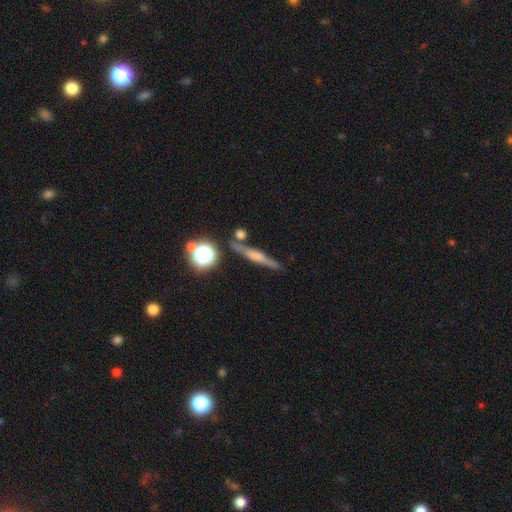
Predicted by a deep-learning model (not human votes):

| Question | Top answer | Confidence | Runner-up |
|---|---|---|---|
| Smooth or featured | featured or disk | 53% | smooth (31%) |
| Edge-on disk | yes | 93% | no (7%) |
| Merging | none | 81% | minor disturbance (10%) |